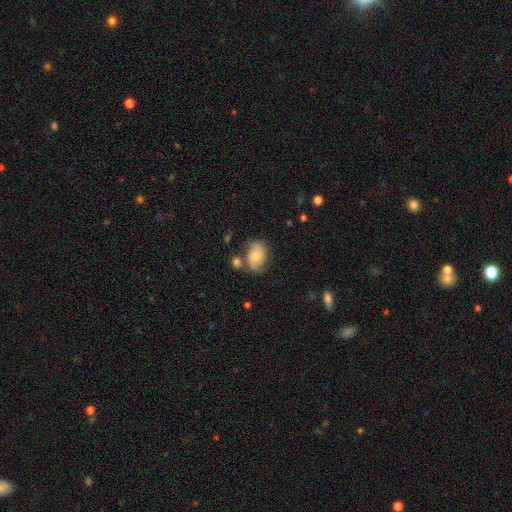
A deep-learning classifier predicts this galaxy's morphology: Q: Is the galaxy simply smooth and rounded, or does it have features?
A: smooth — 58%.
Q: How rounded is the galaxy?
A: in between — 73%.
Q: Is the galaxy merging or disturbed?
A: none — 57%.